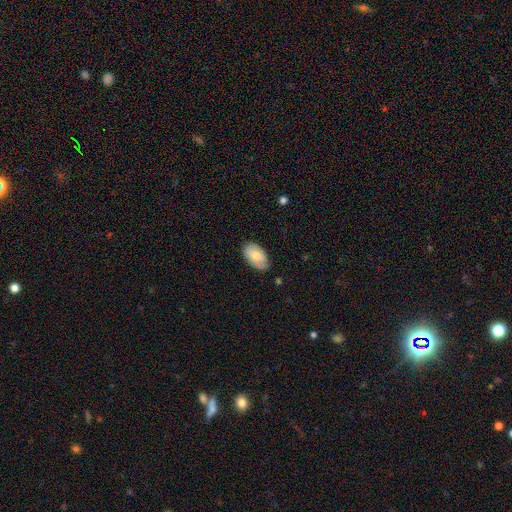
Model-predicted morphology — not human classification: Overall: smooth (63%; featured or disk 30%). How rounded: in between (94%). Merging: none (68%).